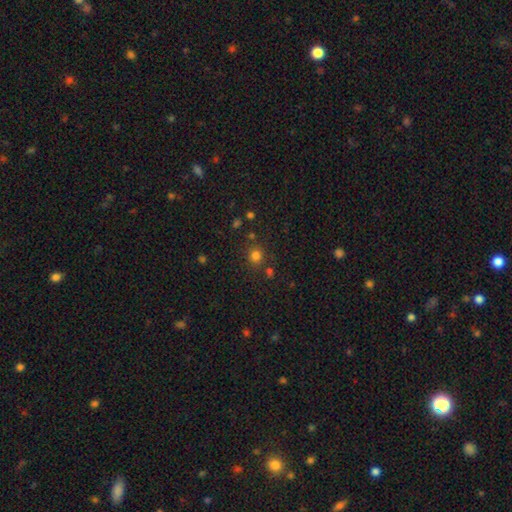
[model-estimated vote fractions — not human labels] The model was most divided on "smooth or featured": smooth: 77%, star or artifact: 18%, featured or disk: 5%. More confident: how rounded — round (90%); merging — none (80%).